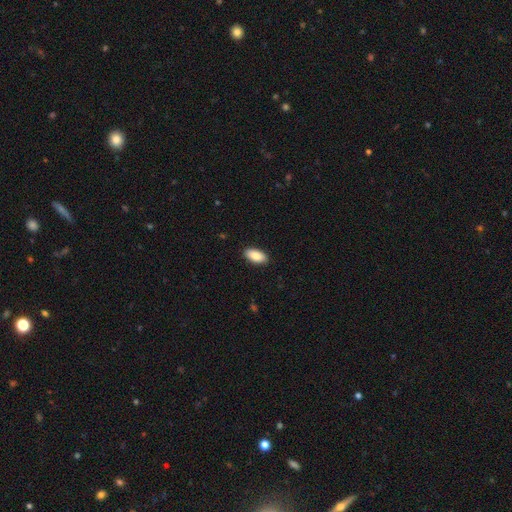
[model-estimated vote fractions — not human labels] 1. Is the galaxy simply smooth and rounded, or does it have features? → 87% smooth, 7% featured or disk, 6% star or artifact.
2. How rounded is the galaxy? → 93% in between, 5% cigar-shaped, 2% round.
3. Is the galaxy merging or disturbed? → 90% none, 7% minor disturbance, 2% major disturbance, 1% merger.